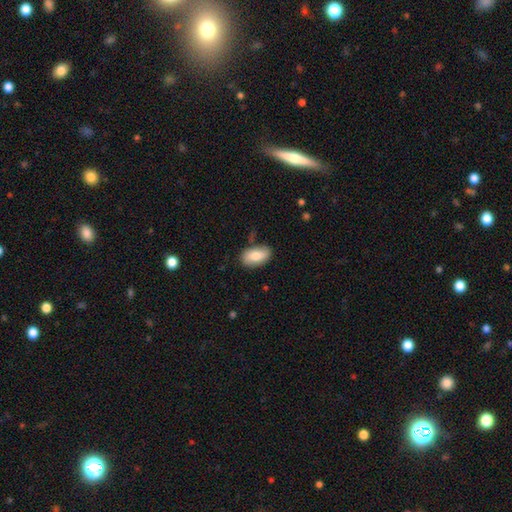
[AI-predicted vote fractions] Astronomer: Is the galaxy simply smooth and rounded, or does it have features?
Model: smooth — 81%.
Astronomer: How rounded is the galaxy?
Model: in between — 94%.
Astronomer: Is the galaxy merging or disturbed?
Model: none — 76%.